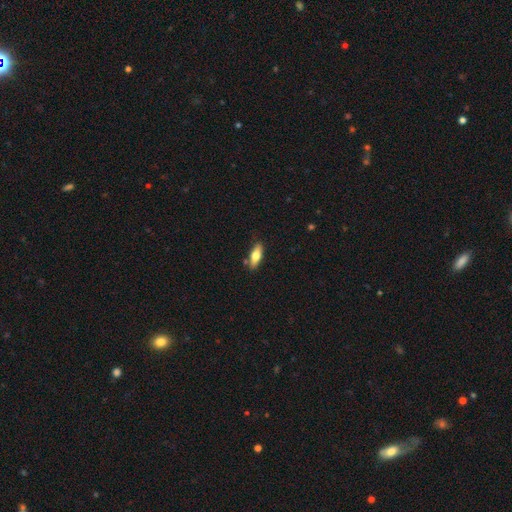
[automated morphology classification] This is likely a smooth galaxy (68%). How rounded: likely in between (64%). Merging: clearly none (82%).